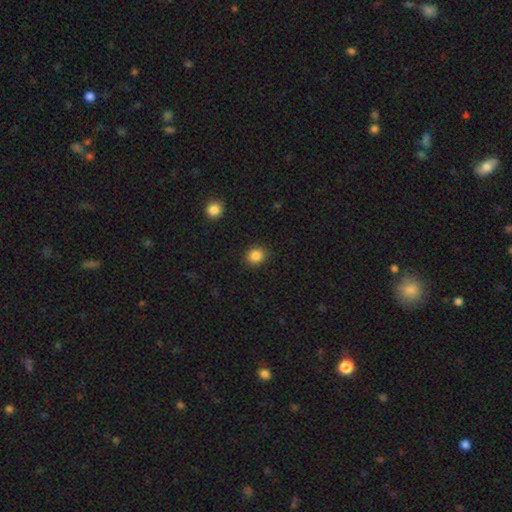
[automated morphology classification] A smooth galaxy with no disk features (86%) that is round (77%). Merging: none (90%).